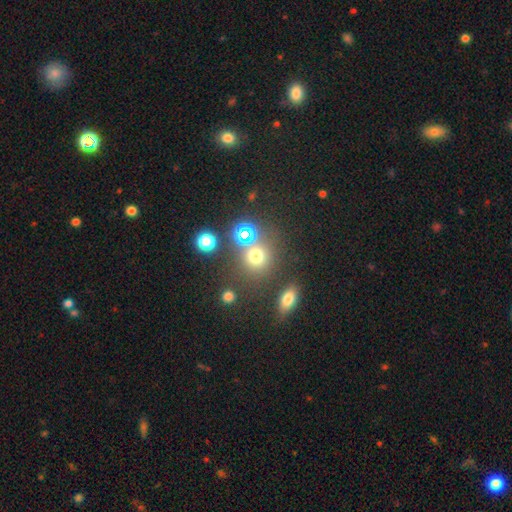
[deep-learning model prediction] This is likely a smooth galaxy (65%). How rounded: clearly round (86%). Merging: likely none (70%).